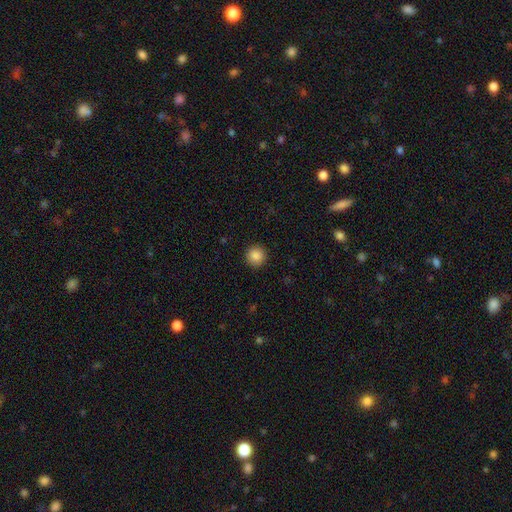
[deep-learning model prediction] Q: Smooth or featured?
A: smooth (87%); runner-up: star or artifact (10%)
Q: How rounded?
A: round (95%); runner-up: in between (4%)
Q: Merging?
A: none (92%); runner-up: minor disturbance (5%)